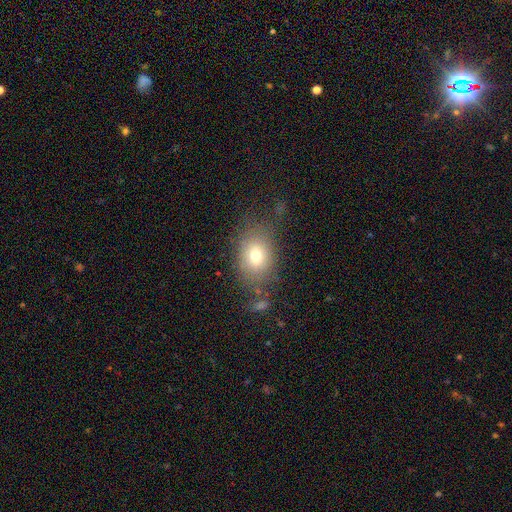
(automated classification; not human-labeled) The model was most divided on "how rounded": in between: 68%, round: 31%, cigar-shaped: 1%. More confident: smooth or featured — smooth (73%); merging — none (66%).